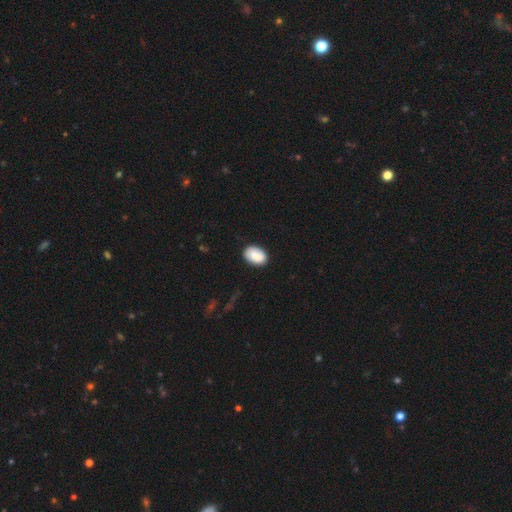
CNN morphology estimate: smooth 85%, featured or disk 9%, star or artifact 7%. Down the decision tree: how rounded — in between (86%); merging — none (84%).